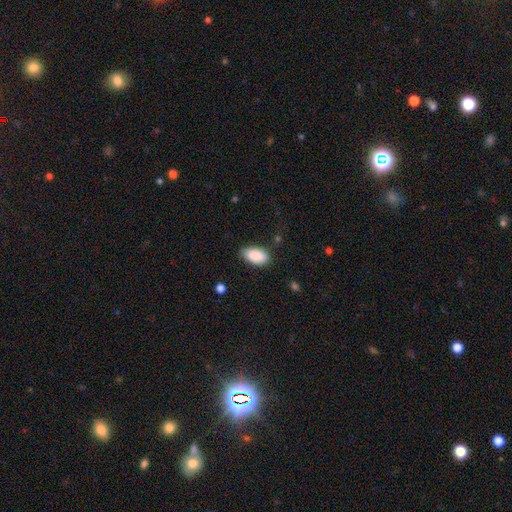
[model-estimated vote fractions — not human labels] smooth_or_featured: smooth (p=0.89) [alt: star or artifact p=0.07]
how_rounded: in between (p=0.94) [alt: round p=0.04]
merging: none (p=0.79) [alt: minor disturbance p=0.16]